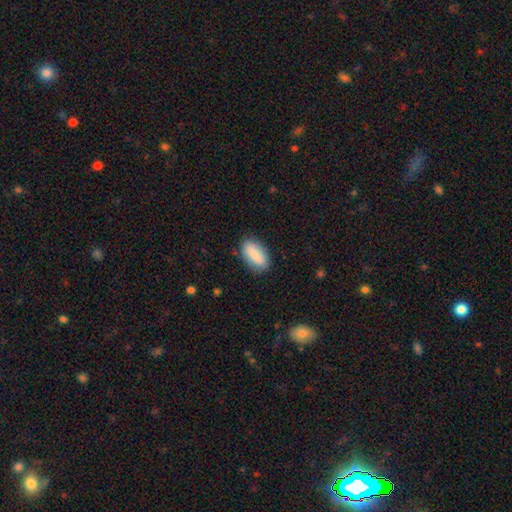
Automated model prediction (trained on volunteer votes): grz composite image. It shows a smooth galaxy with no disk features (83%) that is in between round and cigar-shaped (89%). Merging: none (84%).